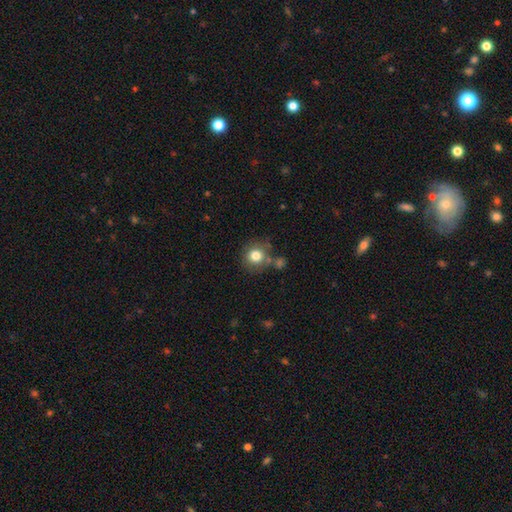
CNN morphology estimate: Smooth or featured?
  - smooth: 81% *
  - star or artifact: 11%
  - featured or disk: 8%
How rounded?
  - round: 89% *
  - in between: 10%
  - cigar-shaped: 1%
Merging?
  - none: 72% *
  - minor disturbance: 13%
  - merger: 11%
  - major disturbance: 5%